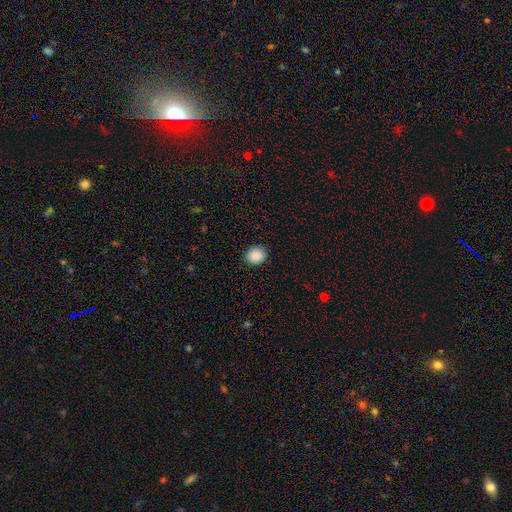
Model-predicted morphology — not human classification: This is clearly a smooth galaxy (87%). How rounded: likely round (66%). Merging: clearly none (90%).